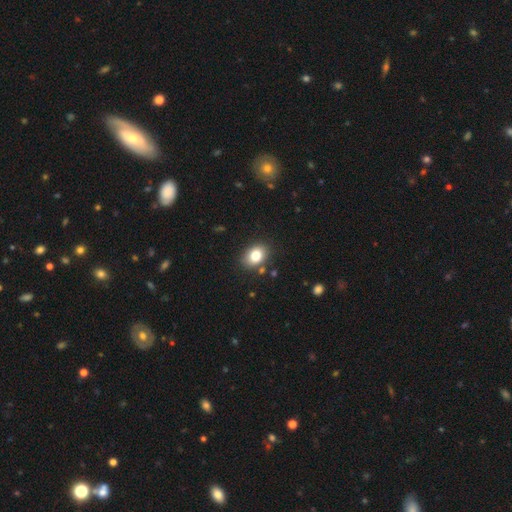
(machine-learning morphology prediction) Q: Smooth or featured?
A: smooth (81%); runner-up: star or artifact (10%)
Q: How rounded?
A: in between (64%); runner-up: round (35%)
Q: Merging?
A: none (84%); runner-up: minor disturbance (10%)